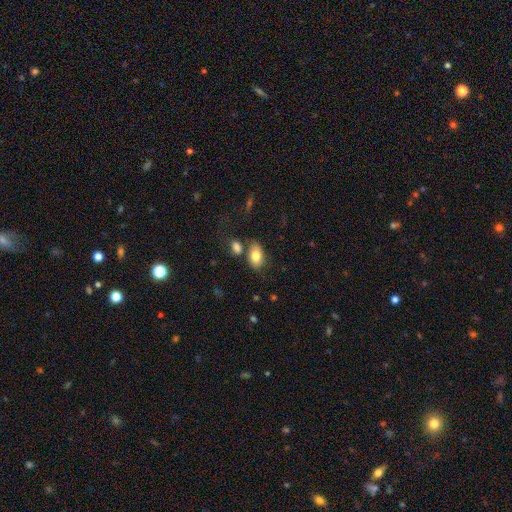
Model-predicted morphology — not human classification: Smooth or featured? Predicted: smooth (p=0.80). How rounded? Predicted: in between (p=0.88). Merging? Predicted: none (p=0.62).